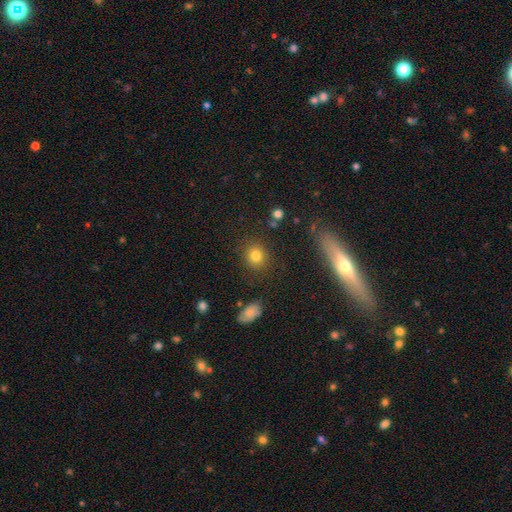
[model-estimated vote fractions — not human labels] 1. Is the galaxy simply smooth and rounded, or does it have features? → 81% smooth, 12% star or artifact, 7% featured or disk.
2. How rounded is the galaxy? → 82% round, 17% in between, 1% cigar-shaped.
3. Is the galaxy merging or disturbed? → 87% none, 8% minor disturbance, 3% major disturbance, 2% merger.